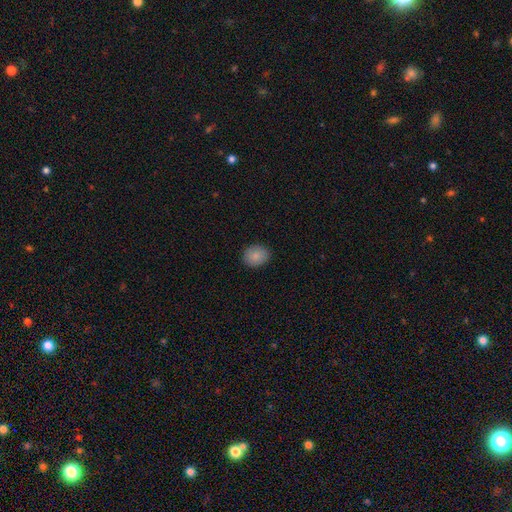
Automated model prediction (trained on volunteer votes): Overall: smooth (87%). How rounded: round (60%; in between 39%). Merging: none (89%).